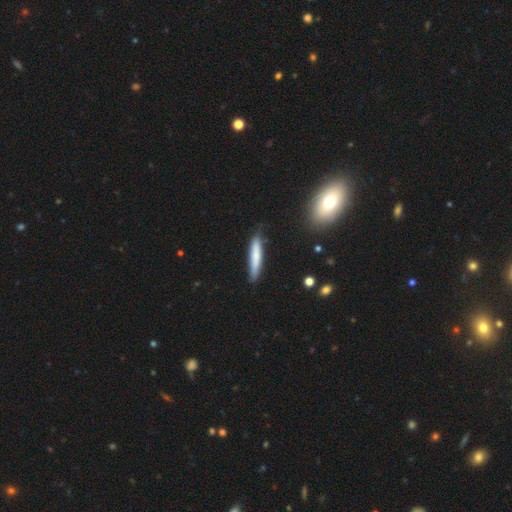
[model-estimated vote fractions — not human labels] This appears to be a smooth galaxy with no disk features (71%) that is cigar-shaped (91%). Merging: none (79%).